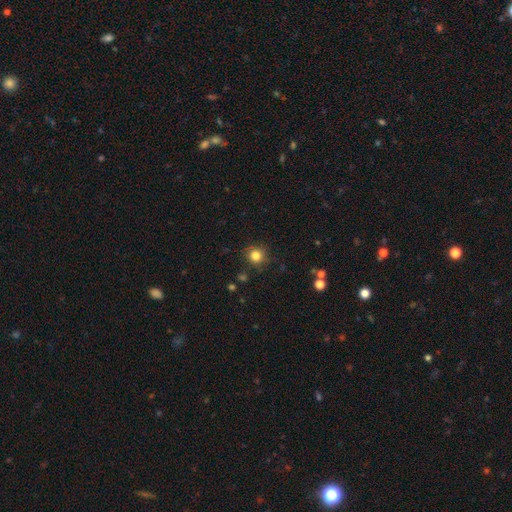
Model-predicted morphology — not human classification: Smooth or featured? Predicted: smooth (p=0.83). How rounded? Predicted: round (p=0.92). Merging? Predicted: none (p=0.84).